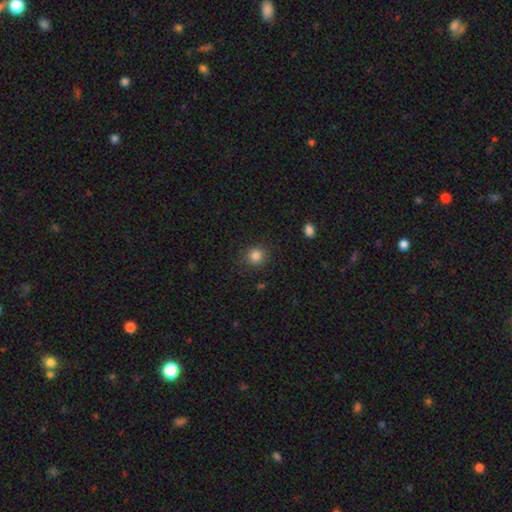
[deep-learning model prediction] Smooth or featured? smooth (84%)
How rounded? round (86%)
Merging? none (87%)